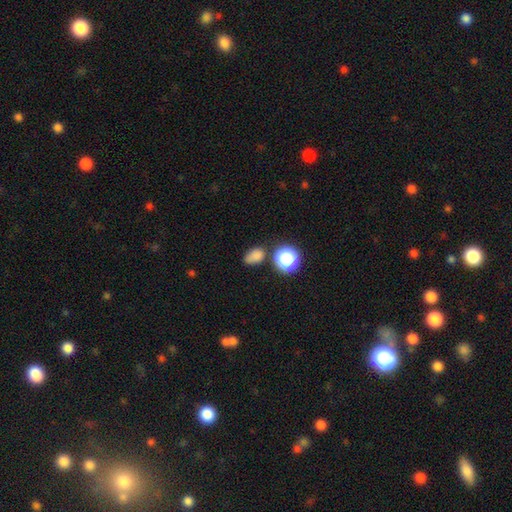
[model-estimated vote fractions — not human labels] smooth-or-featured: smooth: 78% | star or artifact: 16% | featured or disk: 6%
  how-rounded: in between: 70% | round: 28% | cigar-shaped: 2%
  merging: none: 64% | minor disturbance: 19% | merger: 11% | major disturbance: 6%